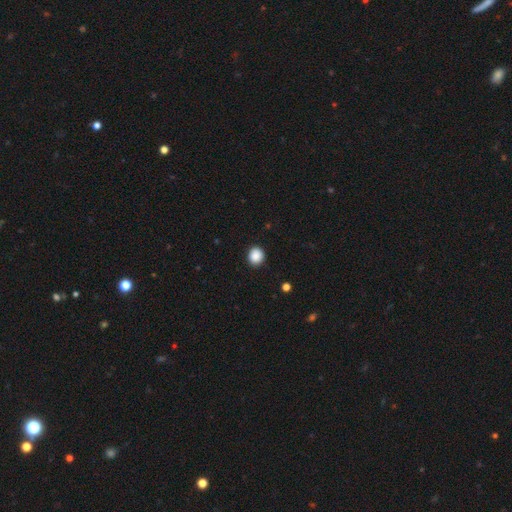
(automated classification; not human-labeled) This appears to be a smooth galaxy with no disk features (88%) that is round (84%). Merging: none (91%).